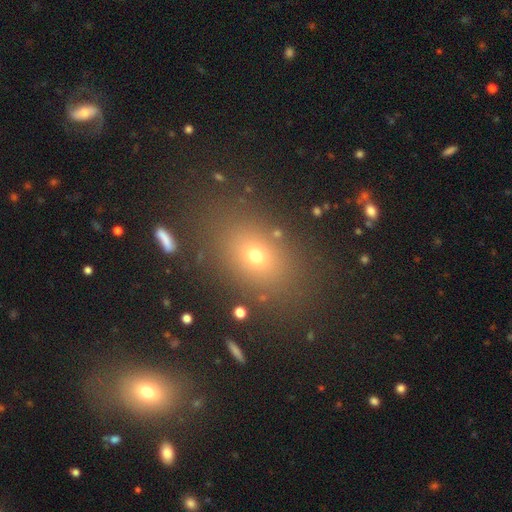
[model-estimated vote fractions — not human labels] A smooth galaxy with no disk features (63%) that is in between round and cigar-shaped (61%).

Vote fractions:
- Smooth or featured? smooth: 63% / star or artifact: 25% / featured or disk: 12%
- How rounded? in between: 61% / round: 37% / cigar-shaped: 2%
- Merging? none: 84% / minor disturbance: 9% / major disturbance: 4% / merger: 3%